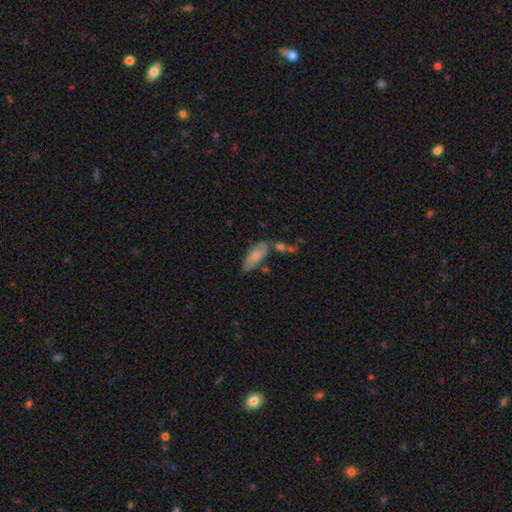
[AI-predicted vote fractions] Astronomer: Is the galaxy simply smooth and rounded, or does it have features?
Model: smooth — 64%.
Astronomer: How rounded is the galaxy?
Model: in between — 76%.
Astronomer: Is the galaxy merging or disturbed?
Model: none — 60%.